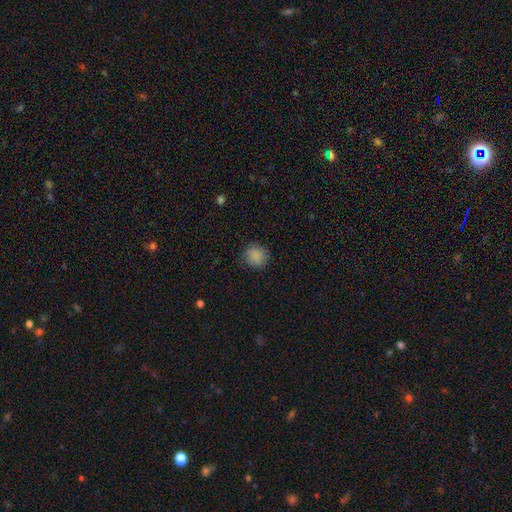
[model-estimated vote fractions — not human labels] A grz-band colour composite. It shows a smooth galaxy with no disk features (86%) that is round (84%). Merging: none (83%).